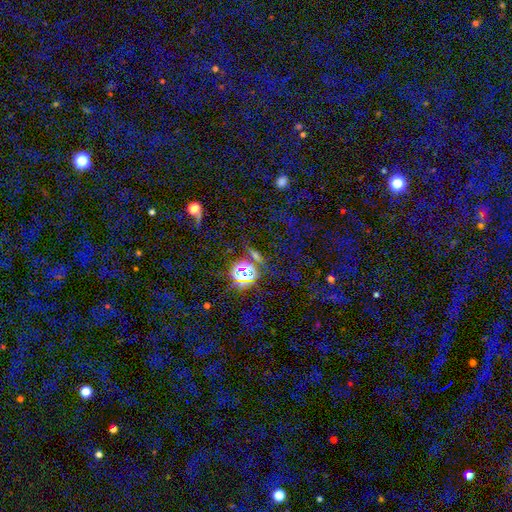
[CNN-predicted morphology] Smooth or featured: star or artifact — 68% (smooth — 21%)